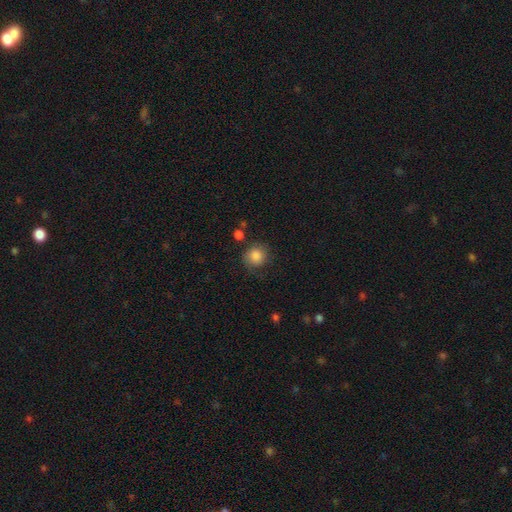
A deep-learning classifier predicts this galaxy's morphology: Smooth or featured?
  - smooth: 84% *
  - star or artifact: 8%
  - featured or disk: 8%
How rounded?
  - round: 87% *
  - in between: 12%
  - cigar-shaped: 1%
Merging?
  - none: 71% *
  - minor disturbance: 18%
  - major disturbance: 7%
  - merger: 4%